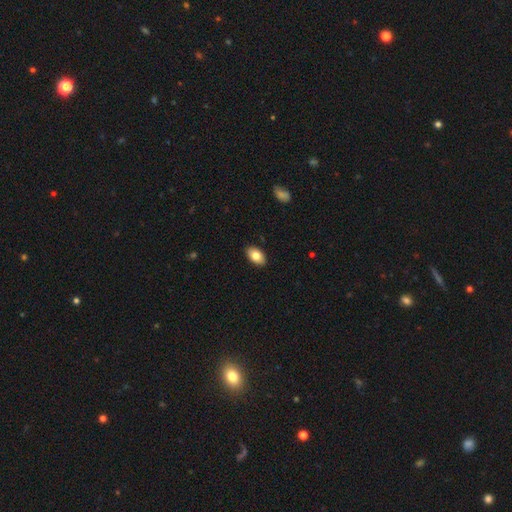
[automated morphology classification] smooth 80%, featured or disk 12%, star or artifact 7%. Down the decision tree: how rounded — in between (92%); merging — none (89%).